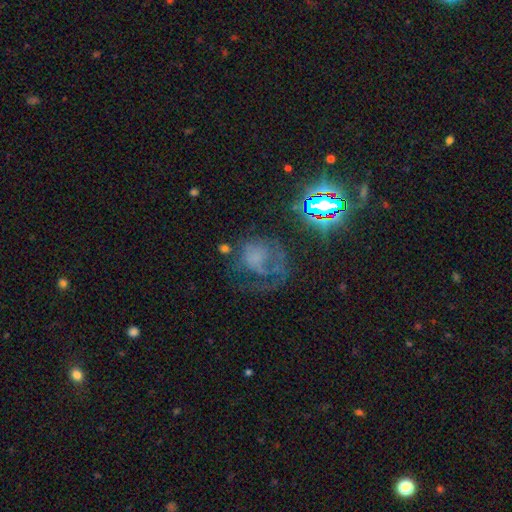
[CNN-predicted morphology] A featured or disk galaxy (40%). Merging: major disturbance (42%).